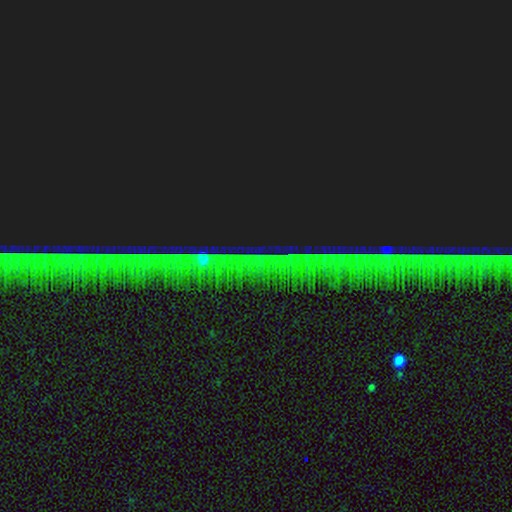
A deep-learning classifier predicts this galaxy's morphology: This is clearly a star or artifact rather than a galaxy (86%).